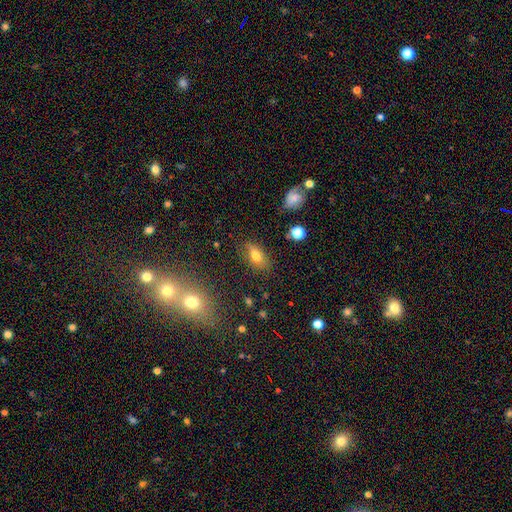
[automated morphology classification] This appears to be a smooth galaxy with no disk features (70%) that is in between round and cigar-shaped (81%). Merging: none (74%).